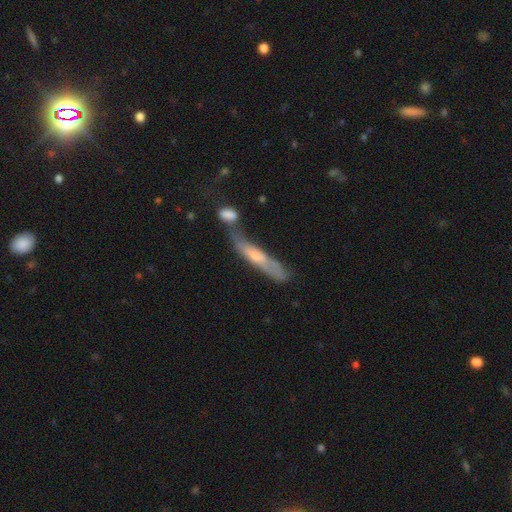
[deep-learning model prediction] This appears to be a featured or disk galaxy (54%) viewed edge-on (63%). Merging: none (35%, tied with merger).